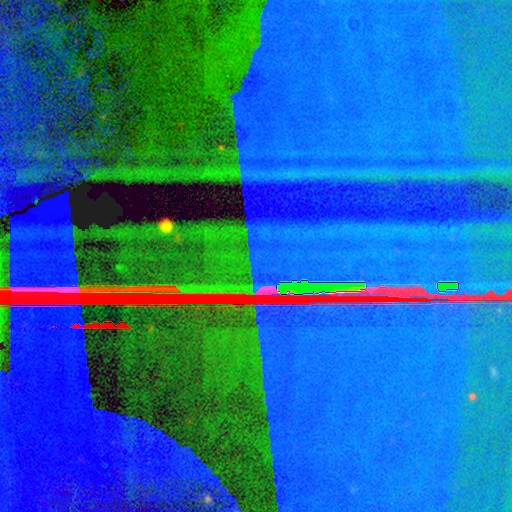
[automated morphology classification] The model was most divided on "smooth or featured": star or artifact: 88%, featured or disk: 7%, smooth: 5%.